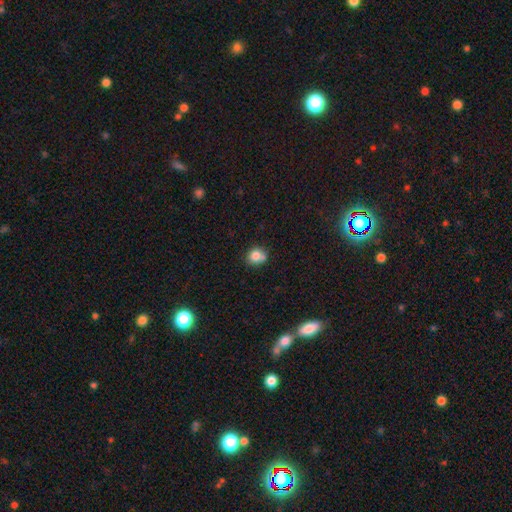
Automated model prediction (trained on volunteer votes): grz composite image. It shows a smooth galaxy with no disk features (79%) that is round (77%). Merging: none (56%).